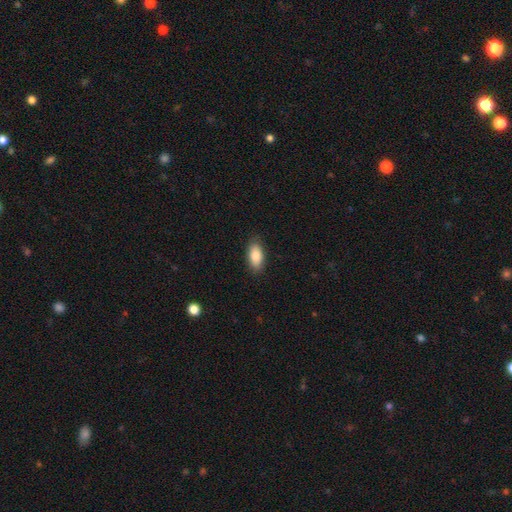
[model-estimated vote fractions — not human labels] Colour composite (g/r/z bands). It shows a smooth galaxy with no disk features (82%) that is in between round and cigar-shaped (88%). Merging: none (87%).